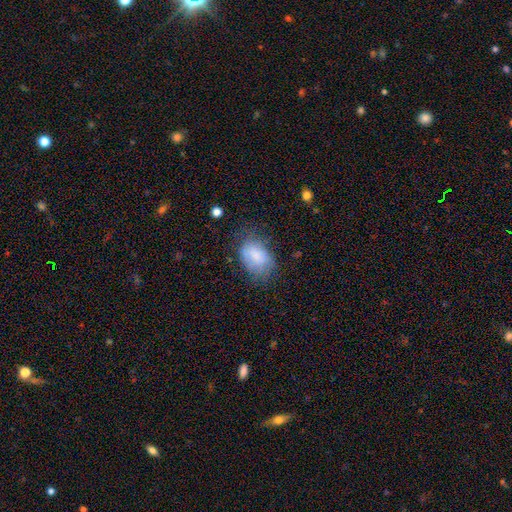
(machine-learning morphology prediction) Smooth or featured?
  - smooth: 75% *
  - featured or disk: 16%
  - star or artifact: 8%
How rounded?
  - in between: 81% *
  - round: 18%
  - cigar-shaped: 1%
Merging?
  - none: 54% *
  - minor disturbance: 31%
  - major disturbance: 14%
  - merger: 2%